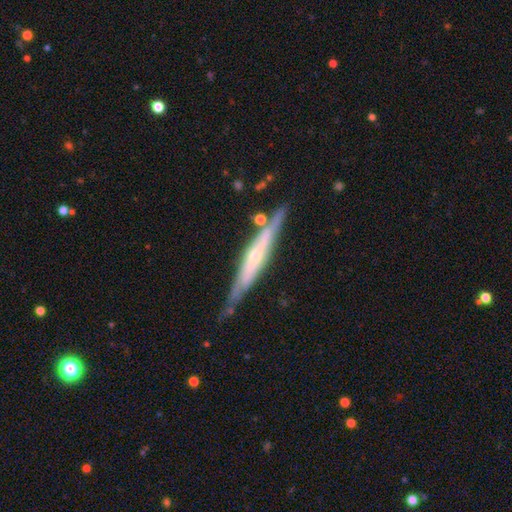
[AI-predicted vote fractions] featured or disk 74%, smooth 20%, star or artifact 6%. Down the decision tree: edge-on disk — yes (91%); edge-on bulge — rounded (65%); merging — none (74%).